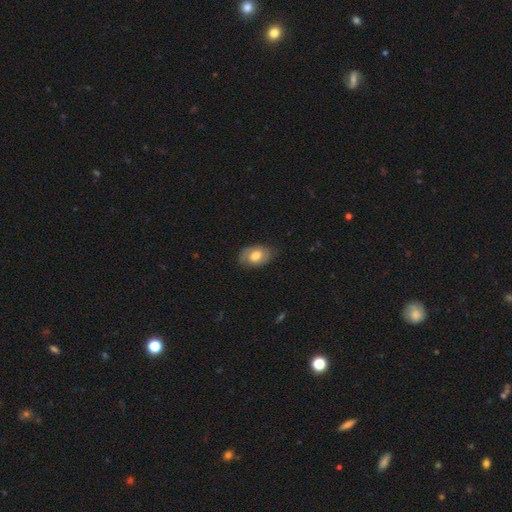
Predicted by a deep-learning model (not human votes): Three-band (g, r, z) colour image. It shows a smooth galaxy with no disk features (67%) that is in between round and cigar-shaped (89%). Merging: none (74%).